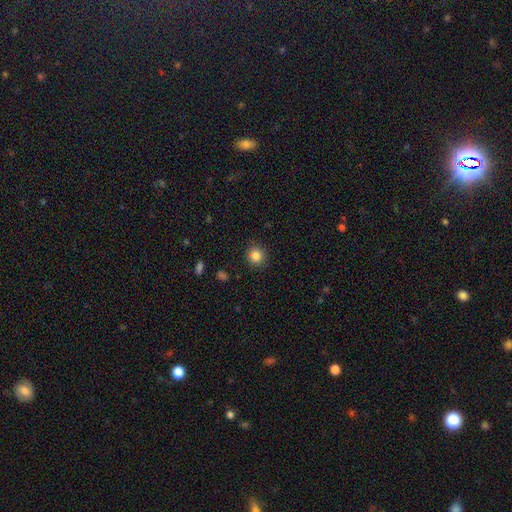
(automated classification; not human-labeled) Smooth or featured: smooth — 84% (star or artifact — 11%)
How rounded: round — 91% (in between — 8%)
Merging: none — 90% (minor disturbance — 7%)